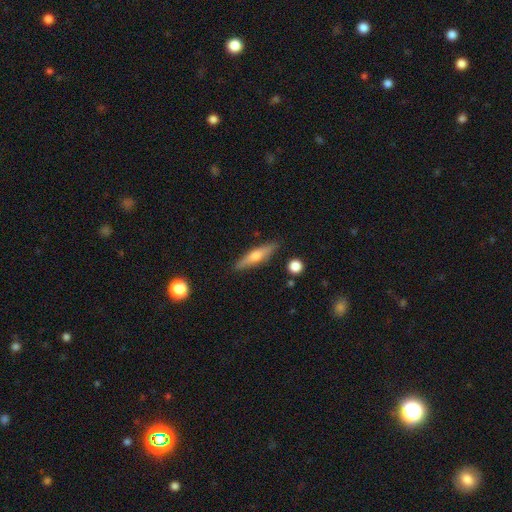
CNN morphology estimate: Smooth or featured?
  - featured or disk: 51% *
  - smooth: 43%
  - star or artifact: 6%
Edge-on disk?
  - yes: 94% *
  - no: 6%
Merging?
  - none: 87% *
  - minor disturbance: 9%
  - merger: 2%
  - major disturbance: 2%